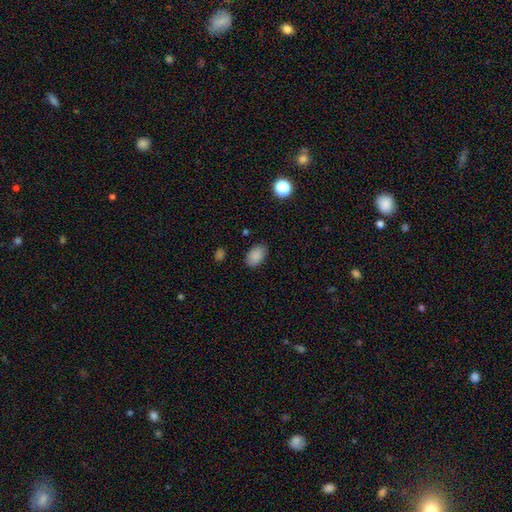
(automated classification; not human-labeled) This appears to be a smooth galaxy with no disk features (87%) that is in between round and cigar-shaped (87%). Merging: none (84%).